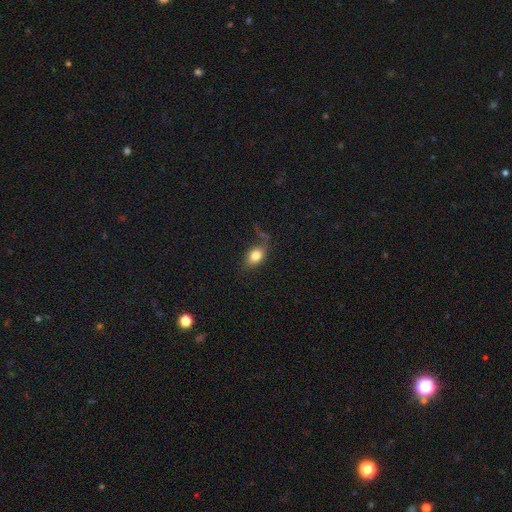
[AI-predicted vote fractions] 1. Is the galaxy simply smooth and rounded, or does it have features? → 79% smooth, 12% featured or disk, 9% star or artifact.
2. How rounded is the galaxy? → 76% in between, 21% round, 3% cigar-shaped.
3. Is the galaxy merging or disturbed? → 59% none, 23% minor disturbance, 13% major disturbance, 5% merger.